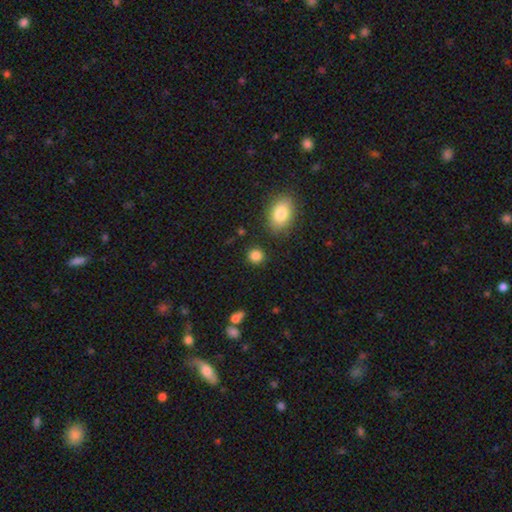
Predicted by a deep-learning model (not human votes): Smooth or featured?
  - smooth: 85% *
  - star or artifact: 10%
  - featured or disk: 4%
How rounded?
  - round: 87% *
  - in between: 12%
  - cigar-shaped: 1%
Merging?
  - none: 88% *
  - minor disturbance: 7%
  - merger: 2%
  - major disturbance: 2%